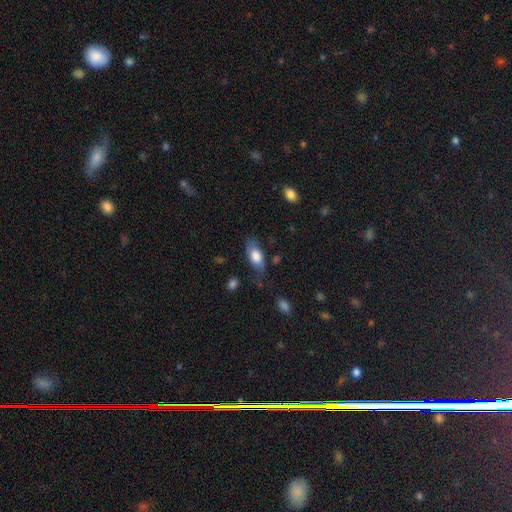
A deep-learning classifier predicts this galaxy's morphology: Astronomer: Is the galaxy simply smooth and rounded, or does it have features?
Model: smooth — 70%.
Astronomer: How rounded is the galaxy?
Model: in between — 87%.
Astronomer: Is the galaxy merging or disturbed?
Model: none — 62%.